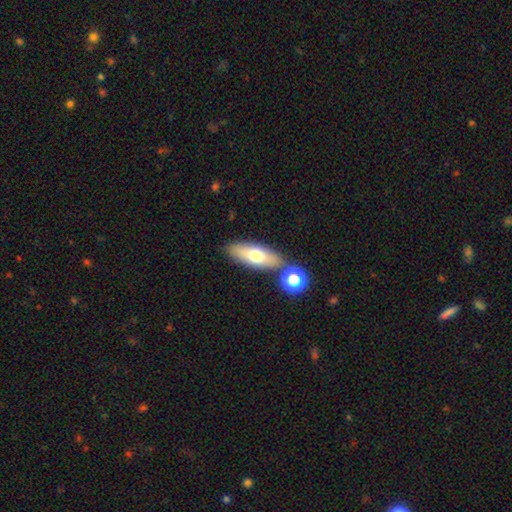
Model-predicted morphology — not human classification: Smooth or featured? Predicted: smooth (p=0.67). How rounded? Predicted: in between (p=0.62). Merging? Predicted: none (p=0.75).